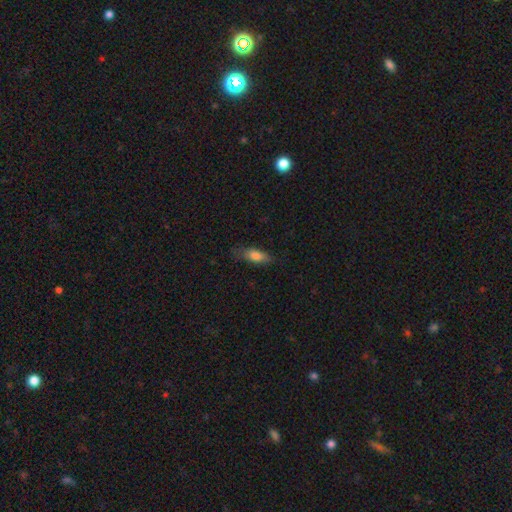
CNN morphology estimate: A smooth galaxy with no disk features (77%) that is in between round and cigar-shaped (71%).

Vote fractions:
- Smooth or featured? smooth: 77% / featured or disk: 15% / star or artifact: 8%
- How rounded? in between: 71% / cigar-shaped: 26% / round: 3%
- Merging? none: 71% / minor disturbance: 22% / major disturbance: 6% / merger: 1%